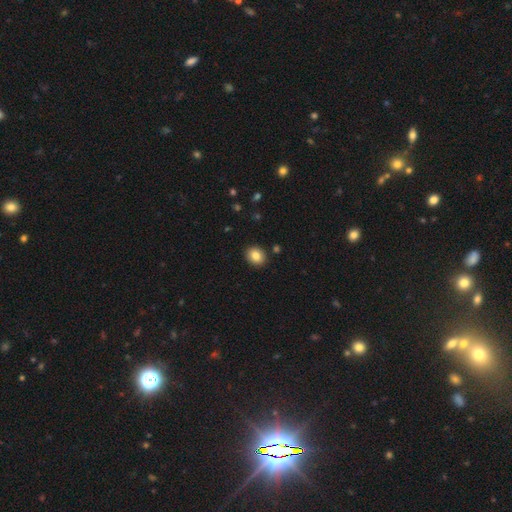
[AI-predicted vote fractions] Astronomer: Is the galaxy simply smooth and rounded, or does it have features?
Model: smooth — 84%.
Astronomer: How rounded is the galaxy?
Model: round — 59% (runner-up: in between, 40%).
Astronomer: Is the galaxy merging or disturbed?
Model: none — 90%.